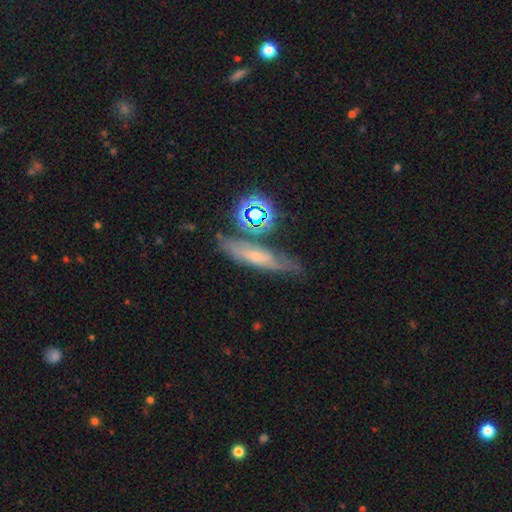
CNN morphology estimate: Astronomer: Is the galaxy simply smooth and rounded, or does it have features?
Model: featured or disk — 44% (runner-up: smooth, 35%).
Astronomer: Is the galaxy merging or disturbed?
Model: none — 62%.